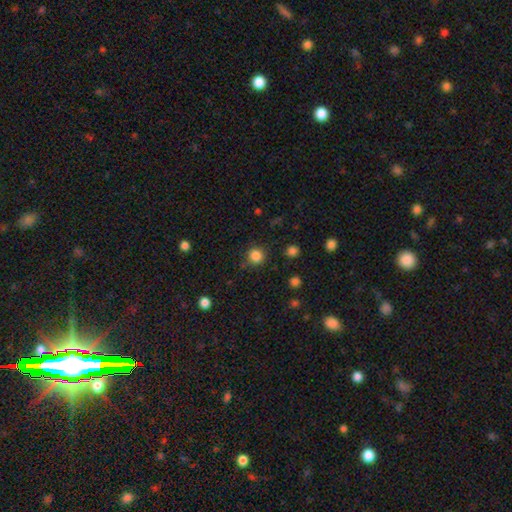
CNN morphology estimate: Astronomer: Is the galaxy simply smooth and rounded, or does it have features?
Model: smooth — 84%.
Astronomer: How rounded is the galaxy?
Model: round — 93%.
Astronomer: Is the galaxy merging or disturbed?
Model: none — 84%.